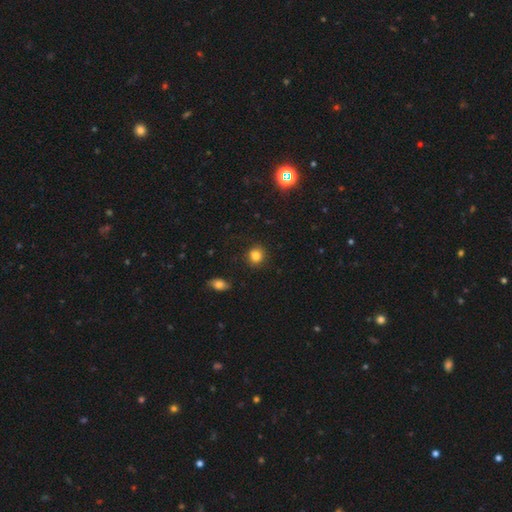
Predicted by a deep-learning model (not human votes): A smooth galaxy with no disk features (84%) that is round (86%).

Vote fractions:
- Smooth or featured? smooth: 84% / star or artifact: 11% / featured or disk: 5%
- How rounded? round: 86% / in between: 13% / cigar-shaped: 1%
- Merging? none: 88% / minor disturbance: 8% / major disturbance: 2% / merger: 2%